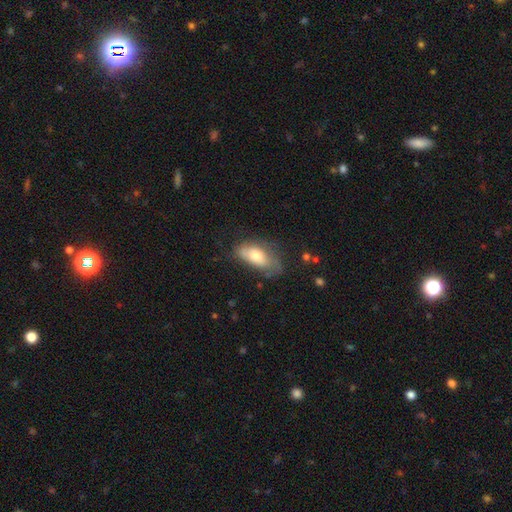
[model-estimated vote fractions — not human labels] smooth_or_featured: smooth (p=0.65) [alt: featured or disk p=0.27]
how_rounded: in between (p=0.86) [alt: cigar-shaped p=0.11]
merging: none (p=0.48) [alt: minor disturbance p=0.32]